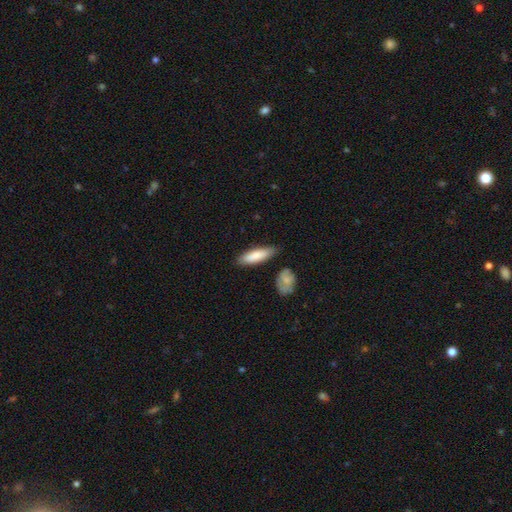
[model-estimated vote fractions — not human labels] This is clearly a smooth galaxy (83%). How rounded: possibly cigar-shaped (52%). Merging: clearly none (81%).